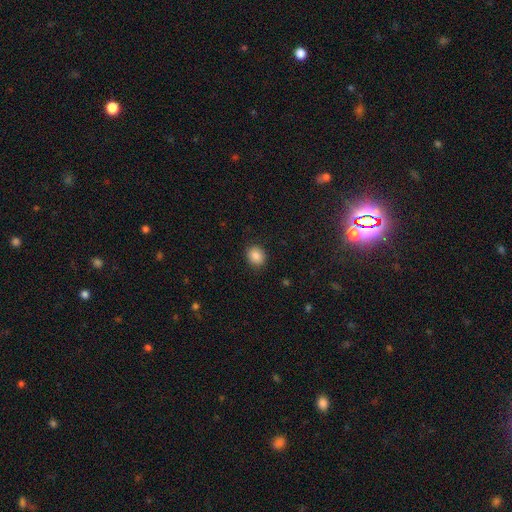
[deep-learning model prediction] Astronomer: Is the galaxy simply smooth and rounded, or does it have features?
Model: smooth — 86%.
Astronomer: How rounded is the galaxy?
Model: round — 71%.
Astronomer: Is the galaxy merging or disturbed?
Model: none — 90%.